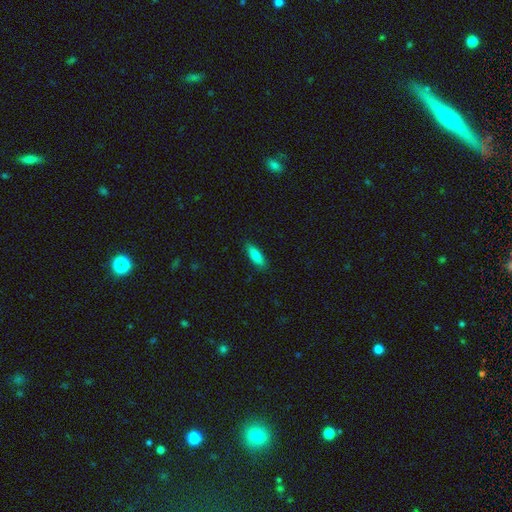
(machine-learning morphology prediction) Smooth or featured?
  - smooth: 82% *
  - featured or disk: 12%
  - star or artifact: 6%
How rounded?
  - in between: 52% *
  - cigar-shaped: 46%
  - round: 2%
Merging?
  - none: 87% *
  - minor disturbance: 10%
  - major disturbance: 2%
  - merger: 1%